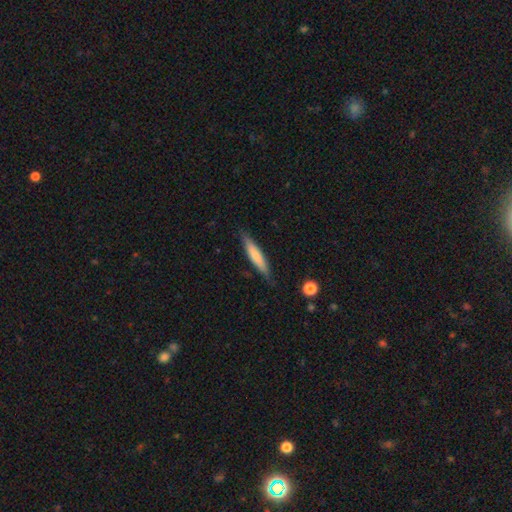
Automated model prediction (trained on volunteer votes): Smooth or featured?
  - smooth: 72% *
  - featured or disk: 22%
  - star or artifact: 6%
How rounded?
  - cigar-shaped: 88% *
  - in between: 11%
  - round: 1%
Merging?
  - none: 84% *
  - minor disturbance: 12%
  - major disturbance: 2%
  - merger: 1%